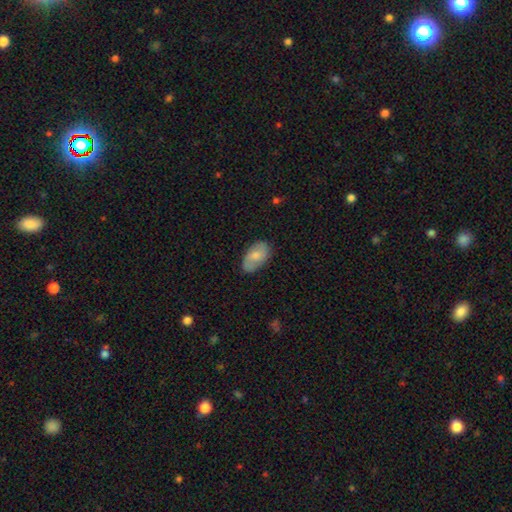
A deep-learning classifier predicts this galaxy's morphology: smooth_or_featured: smooth (p=0.69) [alt: featured or disk p=0.25]
how_rounded: in between (p=0.93) [alt: round p=0.05]
merging: none (p=0.76) [alt: minor disturbance p=0.19]